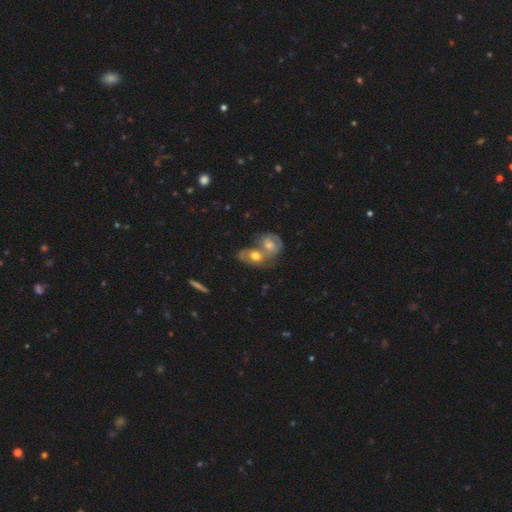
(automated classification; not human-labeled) Smooth or featured: featured or disk — 49% (smooth — 42%)
Merging: merger — 73% (none — 16%)